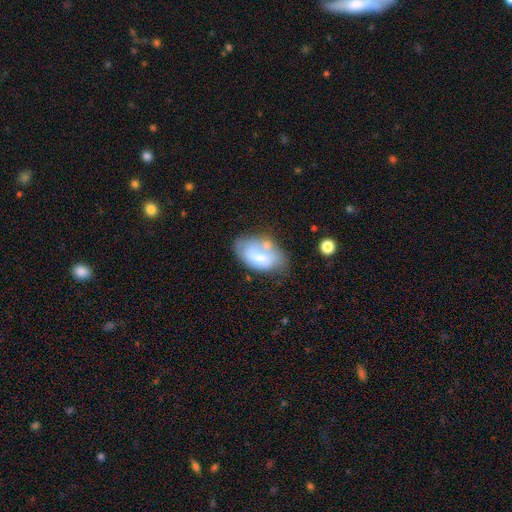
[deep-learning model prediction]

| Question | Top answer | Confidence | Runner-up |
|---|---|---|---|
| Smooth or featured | smooth | 59% | featured or disk (33%) |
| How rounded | in between | 92% | round (6%) |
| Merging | none | 39% | minor disturbance (28%) |